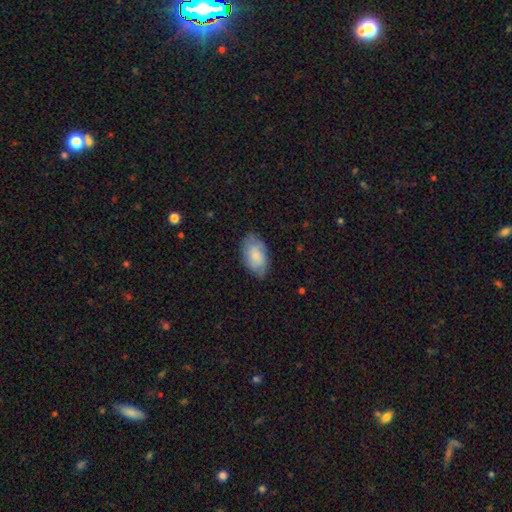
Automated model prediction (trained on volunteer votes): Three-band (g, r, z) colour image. It shows a smooth galaxy with no disk features (76%) that is in between round and cigar-shaped (94%). Merging: none (76%).